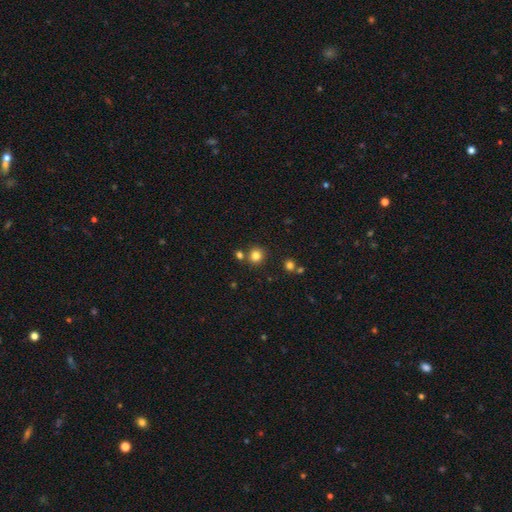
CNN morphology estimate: smooth_or_featured: smooth (p=0.82) [alt: star or artifact p=0.13]
how_rounded: round (p=0.91) [alt: in between p=0.08]
merging: none (p=0.79) [alt: merger p=0.11]